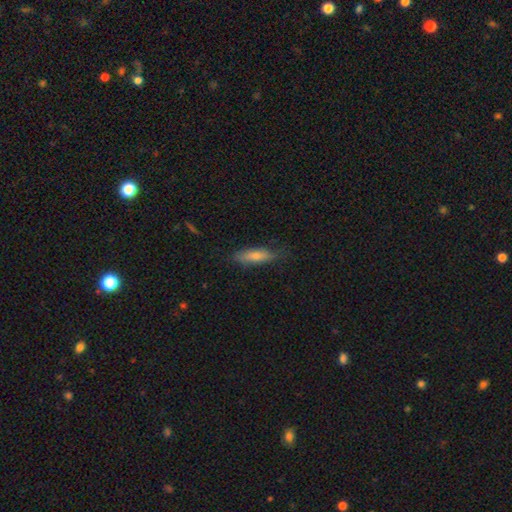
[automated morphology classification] Smooth or featured? smooth (68%)
How rounded? cigar-shaped (68%)
Merging? none (76%)